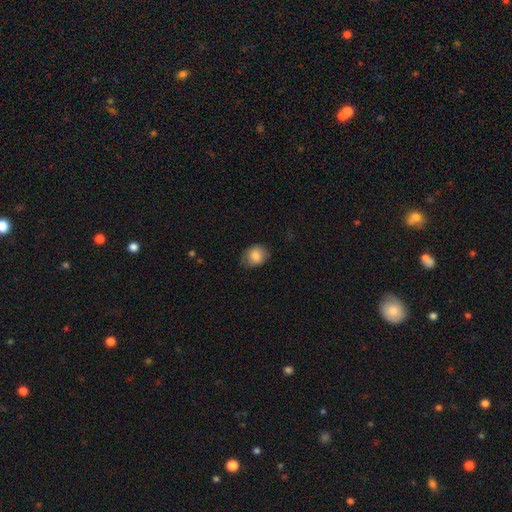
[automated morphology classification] This appears to be a smooth galaxy with no disk features (83%) that is round (52%). Merging: none (71%).